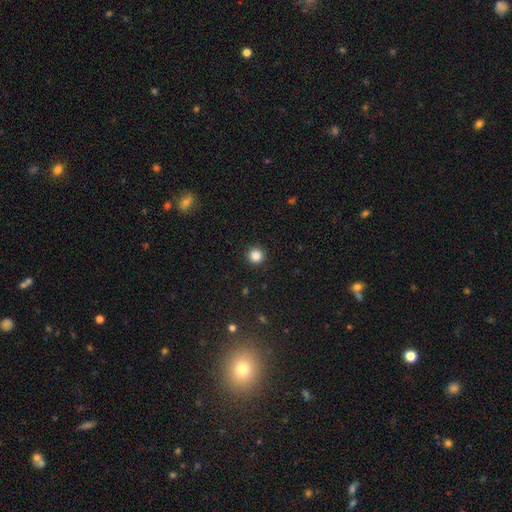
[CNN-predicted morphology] Q: Smooth or featured?
A: smooth (86%); runner-up: star or artifact (11%)
Q: How rounded?
A: round (94%); runner-up: in between (5%)
Q: Merging?
A: none (92%); runner-up: minor disturbance (5%)